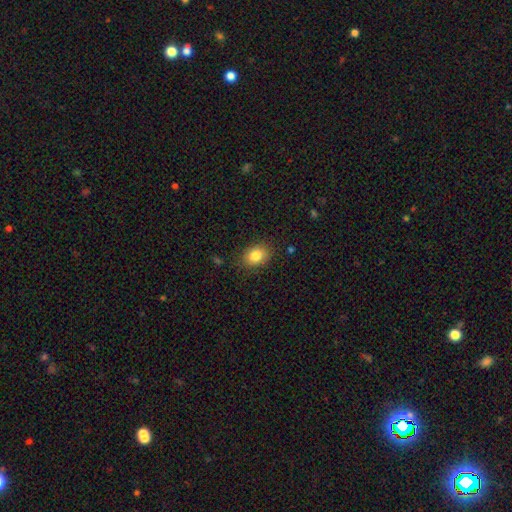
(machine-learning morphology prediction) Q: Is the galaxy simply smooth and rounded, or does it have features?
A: smooth — 83%.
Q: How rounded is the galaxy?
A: in between — 65%.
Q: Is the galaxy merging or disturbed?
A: none — 85%.